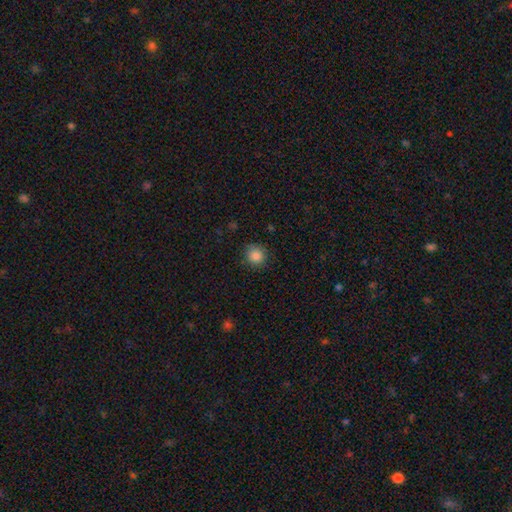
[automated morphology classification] The model was most divided on "merging": none: 86%, minor disturbance: 10%, major disturbance: 3%, merger: 1%. More confident: how rounded — round (91%); smooth or featured — smooth (86%).